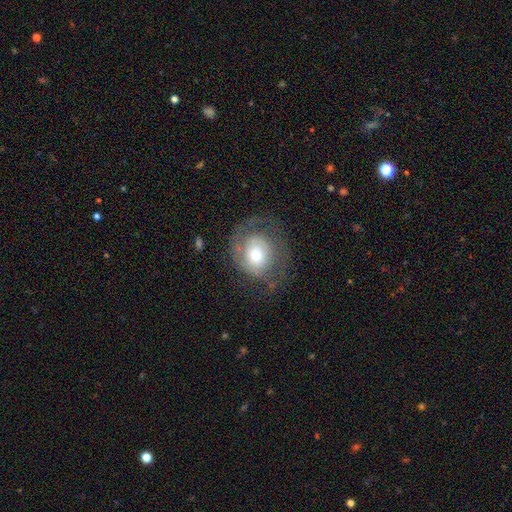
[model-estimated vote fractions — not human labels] smooth-or-featured: featured or disk: 51% | smooth: 41% | star or artifact: 8%
  disk-edge-on: no: 96% | yes: 4%
  merging: none: 55% | major disturbance: 22% | minor disturbance: 21% | merger: 2%